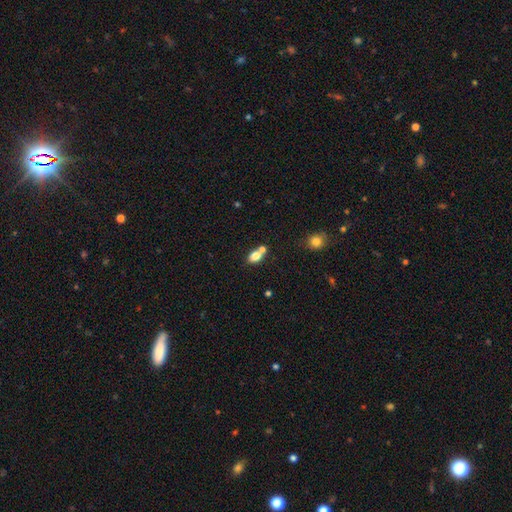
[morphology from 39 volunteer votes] Volunteers were most divided on "merging": none: 57%, merger: 38%, minor disturbance: 3%, major disturbance: 3%. More confident: smooth or featured — smooth (85%); how rounded — in between (82%).